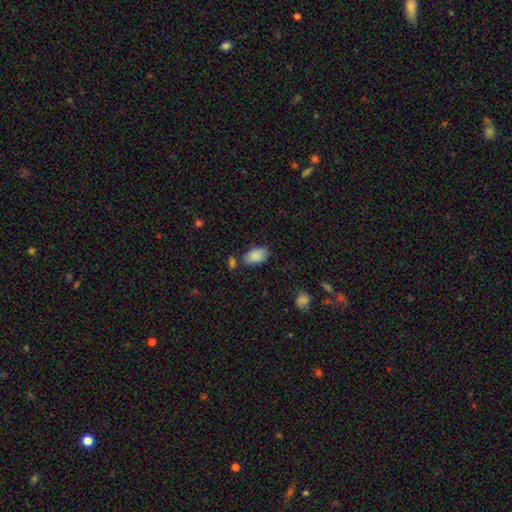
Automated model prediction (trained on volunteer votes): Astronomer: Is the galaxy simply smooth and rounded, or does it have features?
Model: smooth — 88%.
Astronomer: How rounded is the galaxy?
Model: in between — 92%.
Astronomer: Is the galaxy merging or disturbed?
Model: none — 74%.